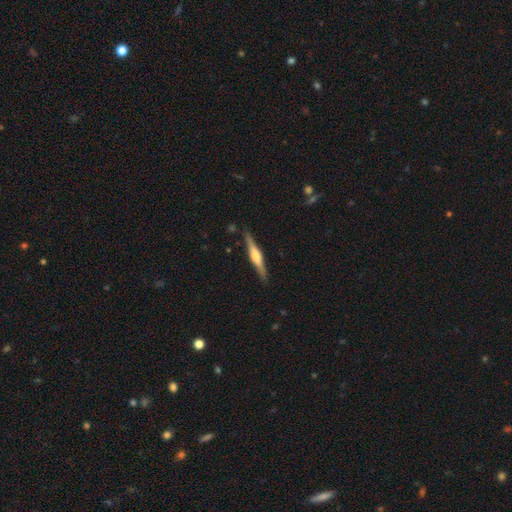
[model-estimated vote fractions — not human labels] smooth-or-featured: featured or disk: 70% | smooth: 25% | star or artifact: 5%
  disk-edge-on: yes: 98% | no: 2%
    edge-on-bulge: rounded: 75% | boxy: 19% | none: 6%
  merging: none: 89% | minor disturbance: 8% | major disturbance: 2% | merger: 1%